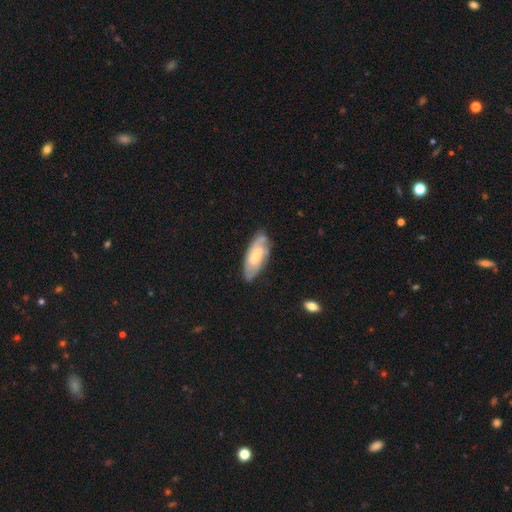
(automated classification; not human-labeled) This is likely a featured or disk galaxy (64%). It is clearly not viewed edge-on (89%). Bar: marginally weak (44%). Spiral arm pattern: clearly yes (87%). Central bulge: marginally moderate (41%). Merging: likely none (72%).